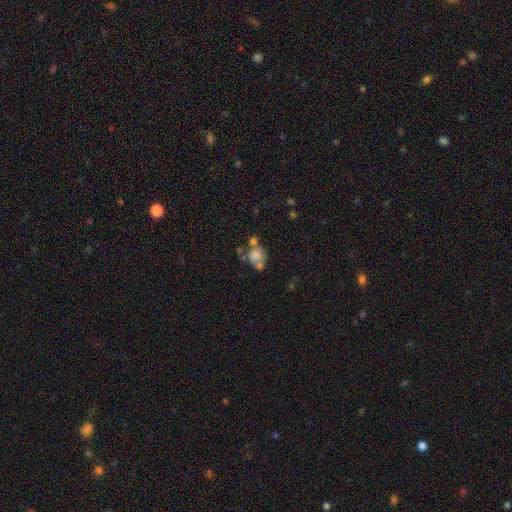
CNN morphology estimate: smooth-or-featured: smooth: 68% | featured or disk: 22% | star or artifact: 11%
  how-rounded: in between: 50% | round: 49% | cigar-shaped: 2%
  merging: merger: 43% | none: 30% | minor disturbance: 15% | major disturbance: 12%